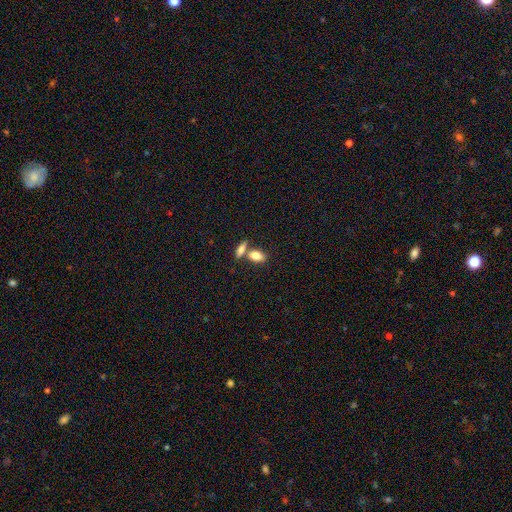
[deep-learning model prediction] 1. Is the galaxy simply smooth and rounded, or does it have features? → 80% smooth, 12% featured or disk, 7% star or artifact.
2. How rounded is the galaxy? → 85% in between, 9% round, 6% cigar-shaped.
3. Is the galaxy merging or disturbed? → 47% none, 40% merger, 9% minor disturbance, 3% major disturbance.